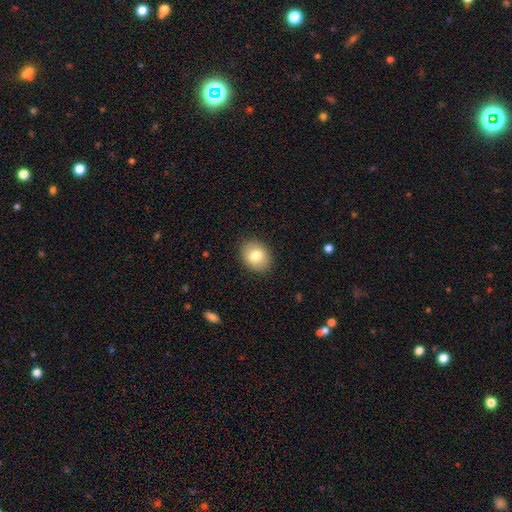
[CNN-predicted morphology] Smooth or featured?
  - smooth: 80% *
  - featured or disk: 12%
  - star or artifact: 8%
How rounded?
  - round: 55% *
  - in between: 44%
  - cigar-shaped: 1%
Merging?
  - none: 89% *
  - minor disturbance: 8%
  - major disturbance: 2%
  - merger: 1%